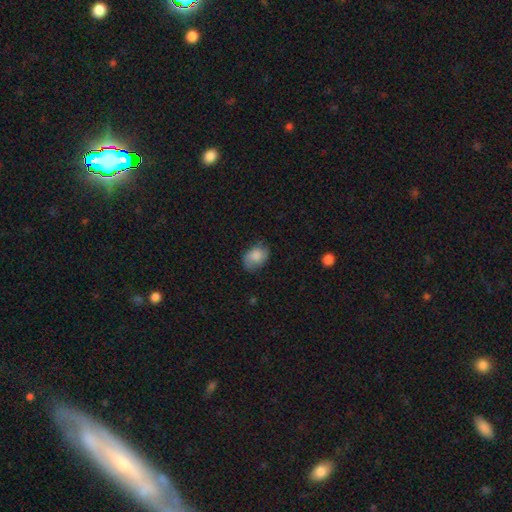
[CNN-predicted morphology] Smooth or featured: smooth — 80% (featured or disk — 13%)
How rounded: in between — 72% (round — 27%)
Merging: none — 66% (minor disturbance — 26%)